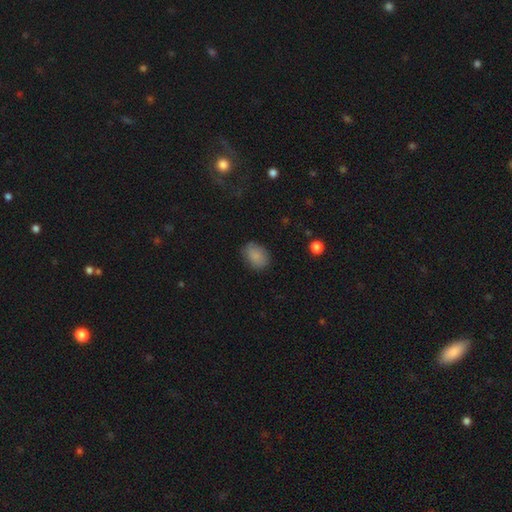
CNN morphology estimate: smooth_or_featured: smooth (p=0.85) [alt: star or artifact p=0.08]
how_rounded: in between (p=0.65) [alt: round p=0.33]
merging: none (p=0.76) [alt: minor disturbance p=0.19]